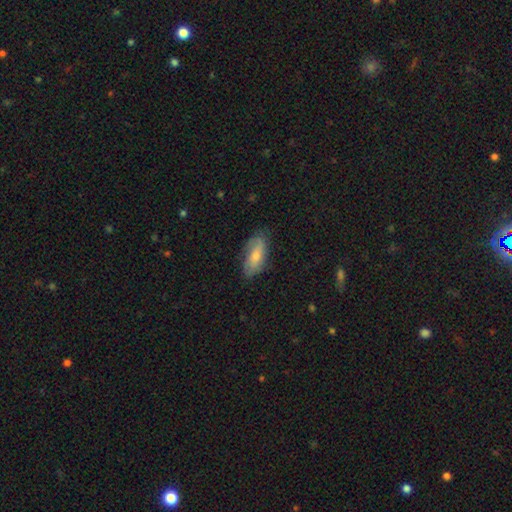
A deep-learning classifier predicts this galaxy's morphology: smooth-or-featured: smooth: 65% | featured or disk: 29% | star or artifact: 6%
  how-rounded: in between: 85% | cigar-shaped: 13% | round: 3%
  merging: none: 70% | minor disturbance: 23% | major disturbance: 6% | merger: 1%